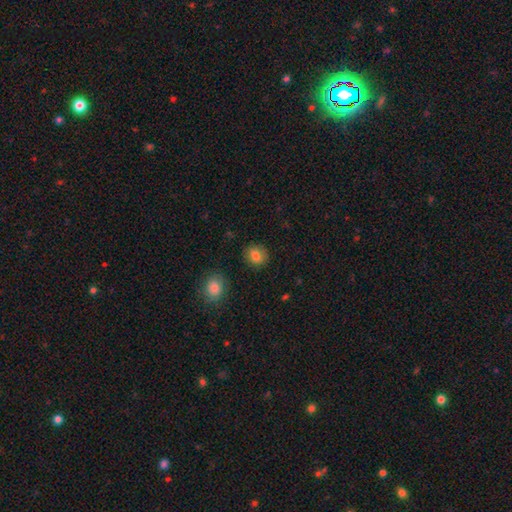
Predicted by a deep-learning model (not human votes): This is clearly a smooth galaxy (83%). How rounded: likely round (74%). Merging: clearly none (88%).